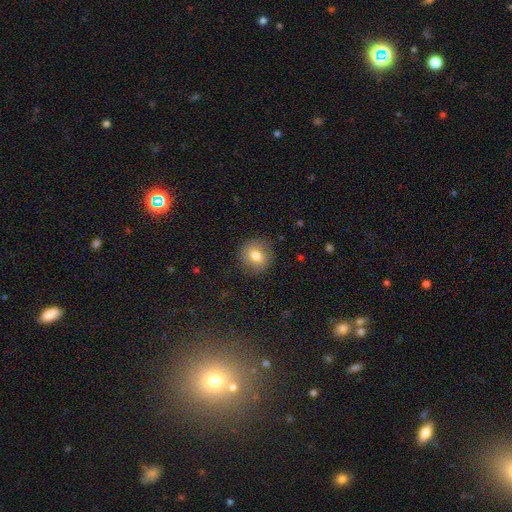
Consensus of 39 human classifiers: smooth 72%, featured or disk 23%, star or artifact 5%. Down the decision tree: how rounded — round (93%); merging — none (97%).